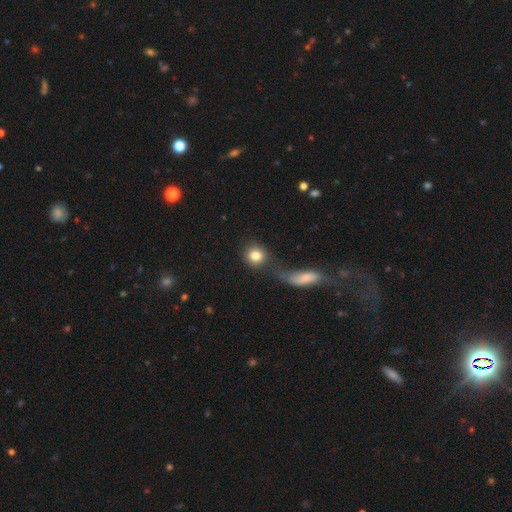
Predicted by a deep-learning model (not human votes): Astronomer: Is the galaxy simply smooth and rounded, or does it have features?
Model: smooth — 82%.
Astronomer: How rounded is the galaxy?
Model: round — 84%.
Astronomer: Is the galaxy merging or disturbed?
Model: none — 61%.